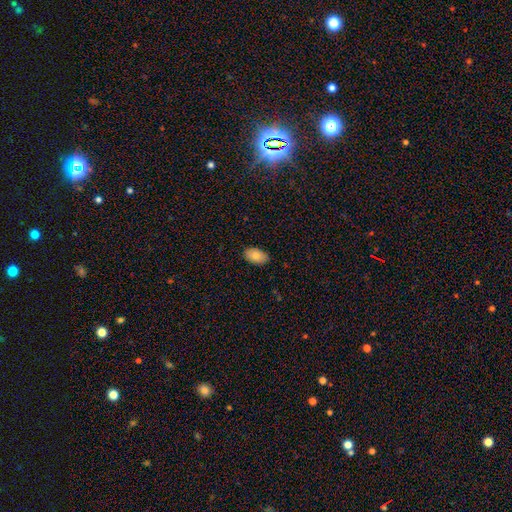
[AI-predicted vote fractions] Morphology: type=smooth (82%); roundness=in between (93%); merging=none (88%).